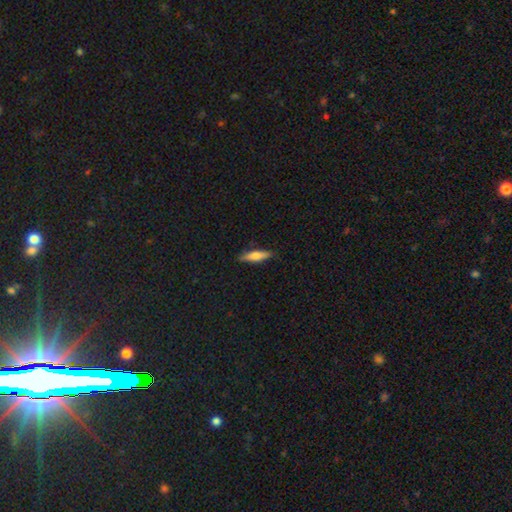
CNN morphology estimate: Overall: smooth (64%; featured or disk 30%). How rounded: cigar-shaped (75%). Merging: none (88%).